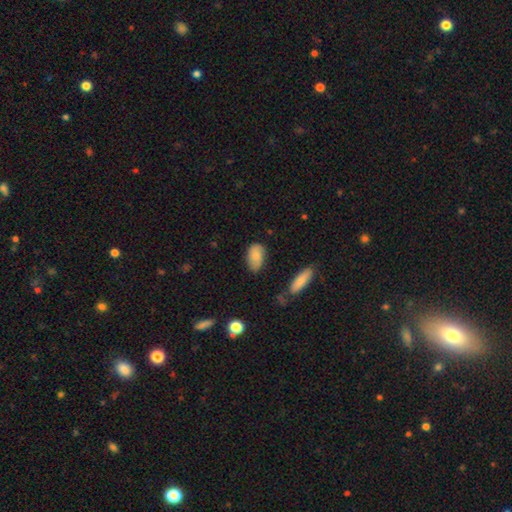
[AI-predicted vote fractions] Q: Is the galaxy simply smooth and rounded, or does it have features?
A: smooth — 81%.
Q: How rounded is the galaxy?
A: in between — 93%.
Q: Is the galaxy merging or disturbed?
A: none — 68%.